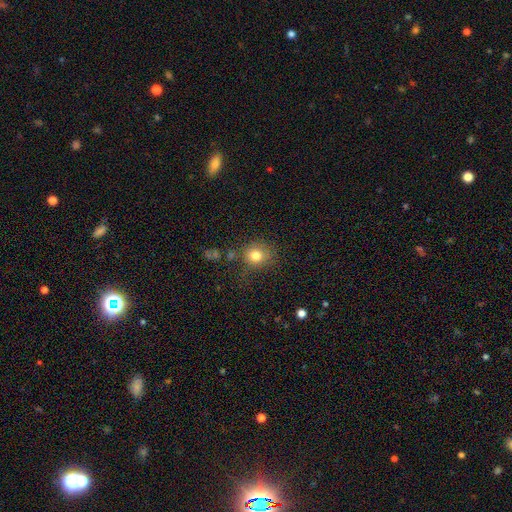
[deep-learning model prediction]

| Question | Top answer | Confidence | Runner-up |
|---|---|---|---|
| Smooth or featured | smooth | 79% | star or artifact (13%) |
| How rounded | round | 83% | in between (16%) |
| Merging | none | 72% | minor disturbance (16%) |